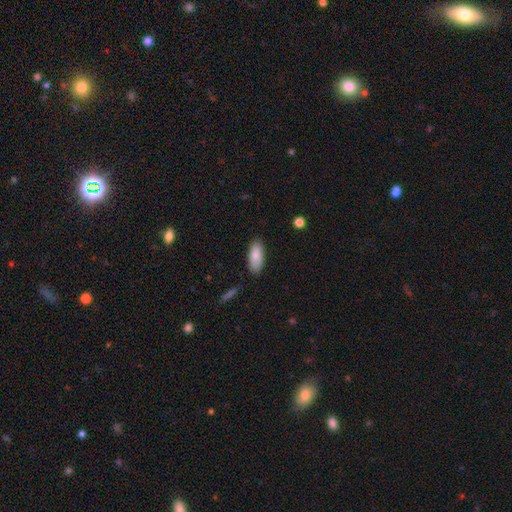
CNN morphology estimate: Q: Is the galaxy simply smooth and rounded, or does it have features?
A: smooth — 87%.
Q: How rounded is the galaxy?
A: in between — 85%.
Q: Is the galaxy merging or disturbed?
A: none — 84%.